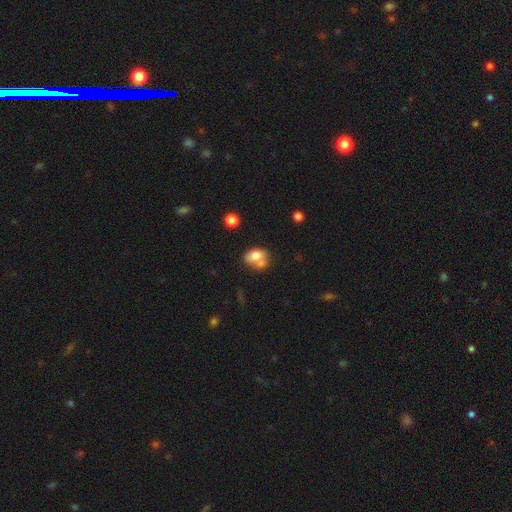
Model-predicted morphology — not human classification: smooth 74%, featured or disk 16%, star or artifact 9%. Down the decision tree: how rounded — in between (77%); merging — merger (41%).